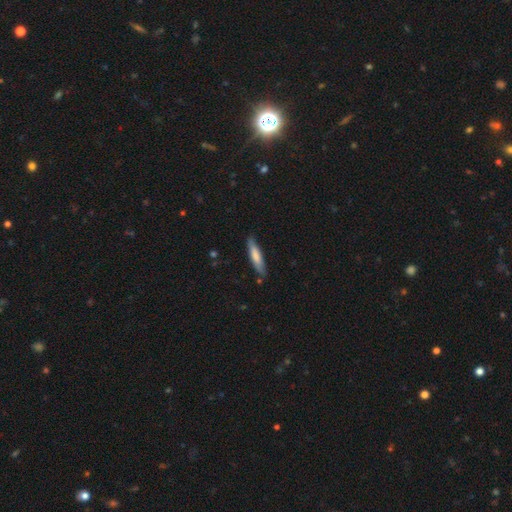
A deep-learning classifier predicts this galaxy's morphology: smooth_or_featured: smooth (p=0.71) [alt: featured or disk p=0.24]
how_rounded: cigar-shaped (p=0.82) [alt: in between p=0.17]
merging: none (p=0.82) [alt: minor disturbance p=0.14]